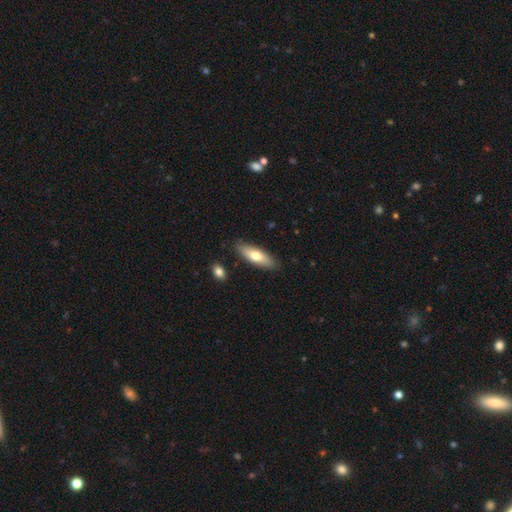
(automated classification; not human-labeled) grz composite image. It shows a smooth galaxy with no disk features (68%) that is in between round and cigar-shaped (55%). Merging: none (86%).